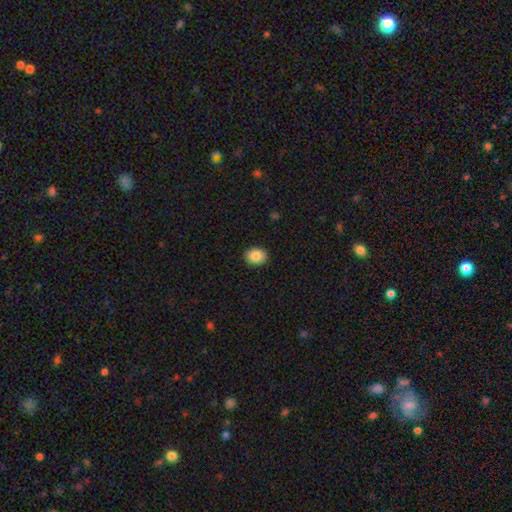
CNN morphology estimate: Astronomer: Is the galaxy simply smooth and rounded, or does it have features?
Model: smooth — 87%.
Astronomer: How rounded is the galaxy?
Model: in between — 50% (runner-up: round, 49%).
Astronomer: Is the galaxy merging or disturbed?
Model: none — 90%.